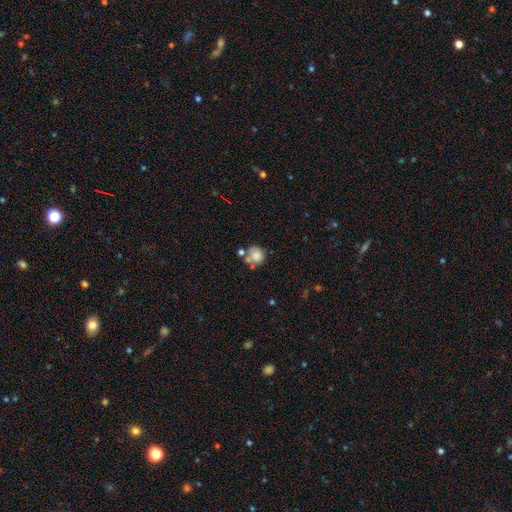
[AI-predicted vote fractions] Smooth or featured? smooth (77%)
How rounded? round (80%)
Merging? none (47%)